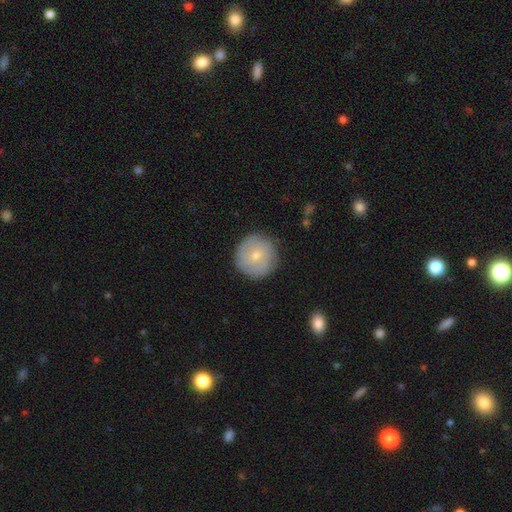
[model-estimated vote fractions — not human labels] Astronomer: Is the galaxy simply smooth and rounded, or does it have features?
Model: smooth — 61%.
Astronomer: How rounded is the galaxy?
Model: round — 94%.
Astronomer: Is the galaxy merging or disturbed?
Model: none — 86%.